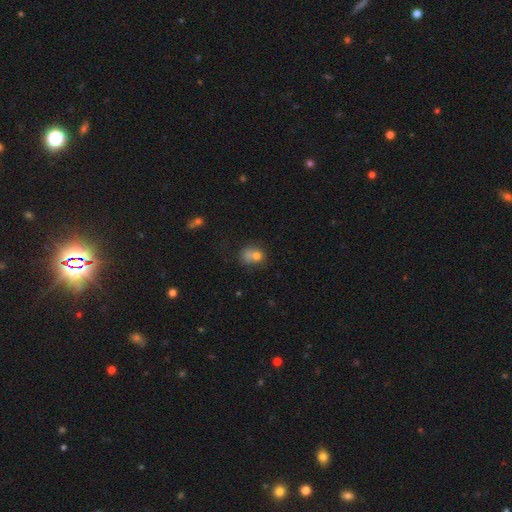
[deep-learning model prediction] The model was most divided on "merging": none: 35%, merger: 33%, minor disturbance: 19%, major disturbance: 13%. More confident: smooth or featured — smooth (72%); how rounded — round (60%).